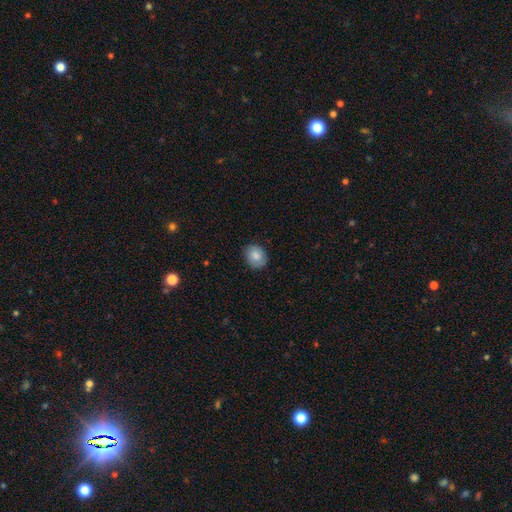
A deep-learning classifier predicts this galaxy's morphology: Smooth or featured: smooth — 78% (featured or disk — 14%)
How rounded: round — 54% (in between — 45%)
Merging: none — 83% (minor disturbance — 13%)